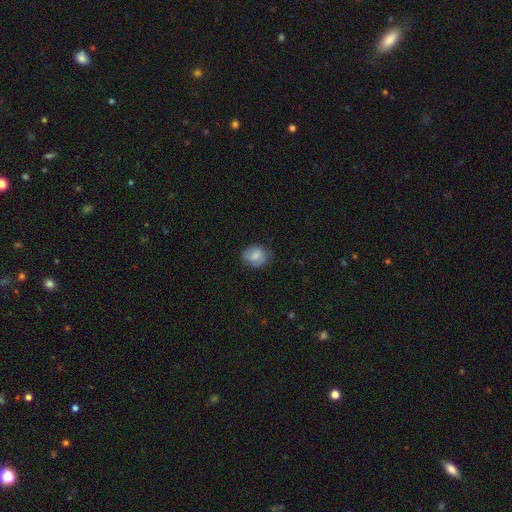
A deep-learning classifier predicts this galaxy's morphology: This appears to be a smooth galaxy with no disk features (75%) that is round (61%). Merging: none (75%).